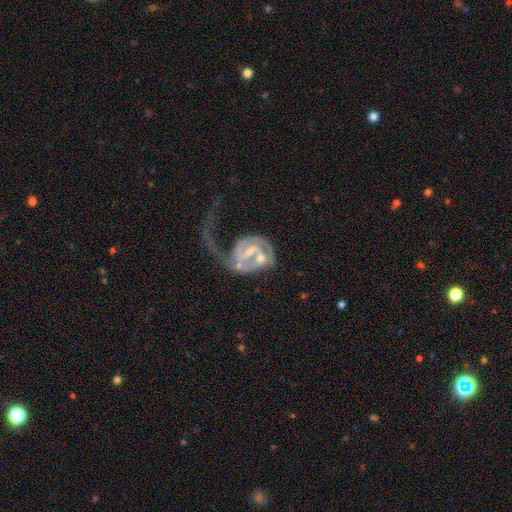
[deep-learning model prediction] smooth_or_featured: featured or disk (p=0.85) [alt: smooth p=0.09]
disk_edge_on: no (p=0.97) [alt: yes p=0.03]
bar: weak (p=0.45) [alt: no p=0.28]
has_spiral_arms: yes (p=0.90) [alt: no p=0.10]
spiral_winding: loose (p=0.38) [alt: medium p=0.35]
spiral_arm_count: 2 (p=0.48) [alt: 1 p=0.35]
bulge_size: small (p=0.51) [alt: moderate p=0.39]
merging: major disturbance (p=0.41) [alt: merger p=0.32]